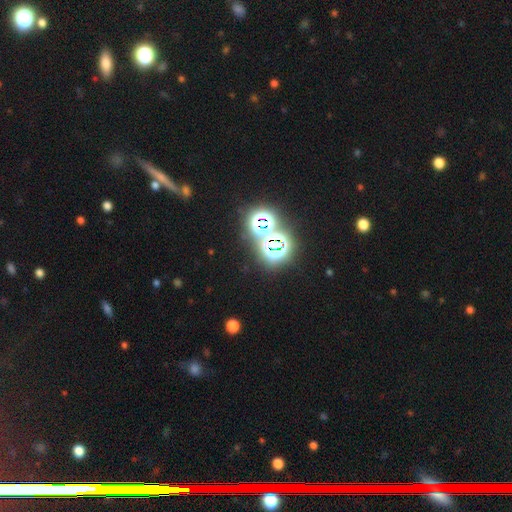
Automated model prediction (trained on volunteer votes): star or artifact 57%, smooth 31%, featured or disk 12%.